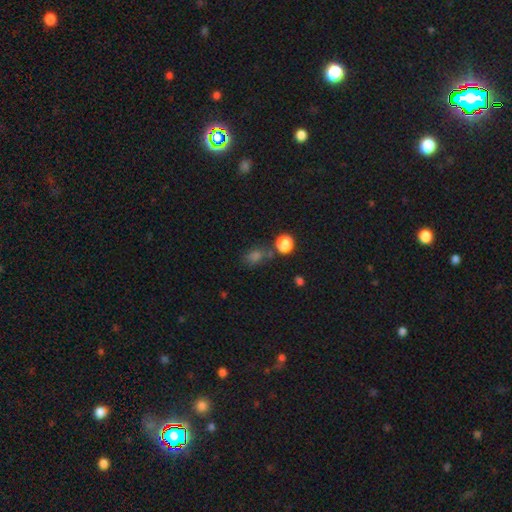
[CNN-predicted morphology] Smooth or featured? smooth (67%)
How rounded? round (49%)
Merging? none (69%)